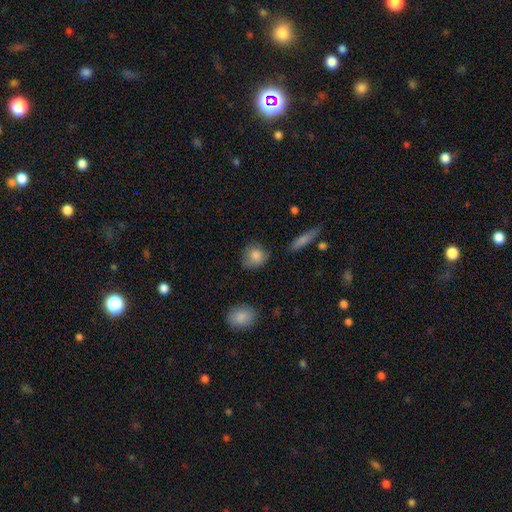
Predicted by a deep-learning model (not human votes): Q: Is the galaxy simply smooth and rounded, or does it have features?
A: smooth — 83%.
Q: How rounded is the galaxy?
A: round — 75%.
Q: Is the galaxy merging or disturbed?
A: none — 66%.